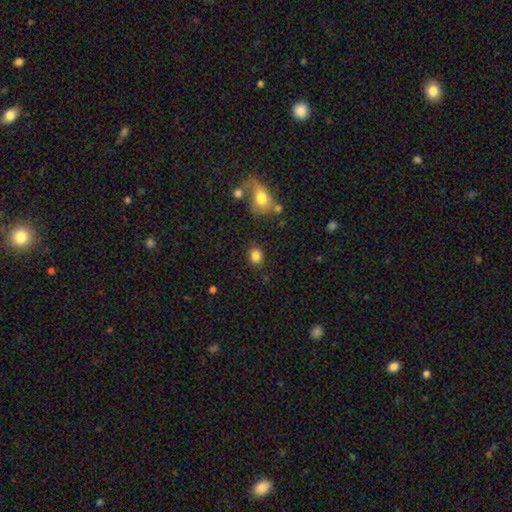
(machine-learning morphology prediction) Overall: smooth (84%). How rounded: round (64%; in between 34%). Merging: none (84%).